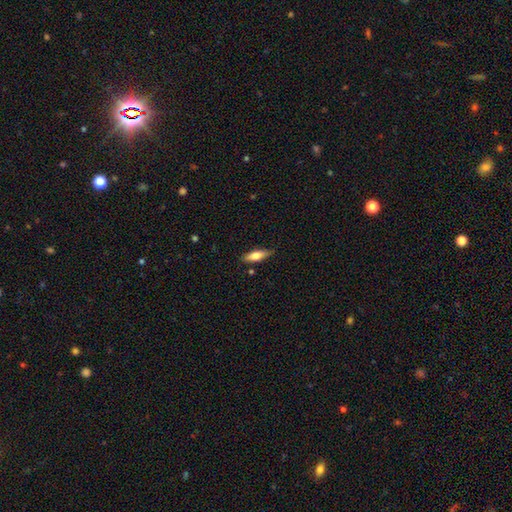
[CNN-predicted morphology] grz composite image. It shows a smooth galaxy with no disk features (67%) that is in between round and cigar-shaped (52%). Merging: none (82%).